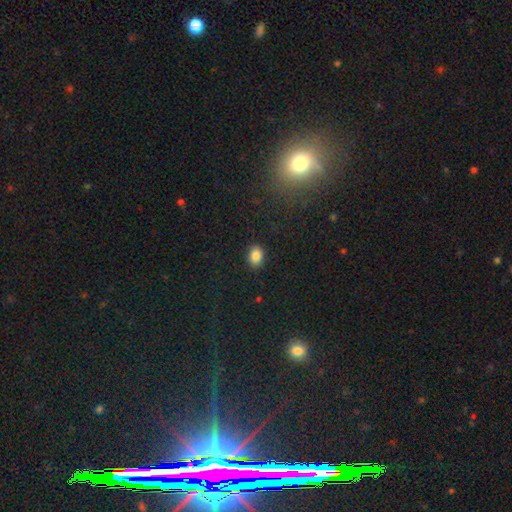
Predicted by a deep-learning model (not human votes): A smooth galaxy with no disk features (86%) that is in between round and cigar-shaped (69%).

Vote fractions:
- Smooth or featured? smooth: 86% / star or artifact: 9% / featured or disk: 5%
- How rounded? in between: 69% / round: 29% / cigar-shaped: 1%
- Merging? none: 88% / minor disturbance: 8% / major disturbance: 2% / merger: 1%